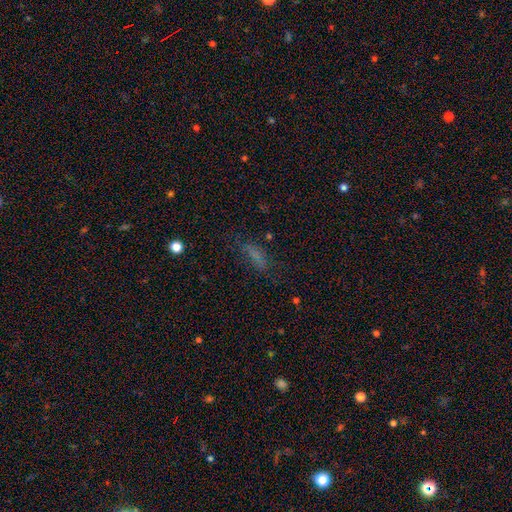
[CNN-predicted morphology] type=smooth (62%); roundness=in between (50%); merging=none (59%).